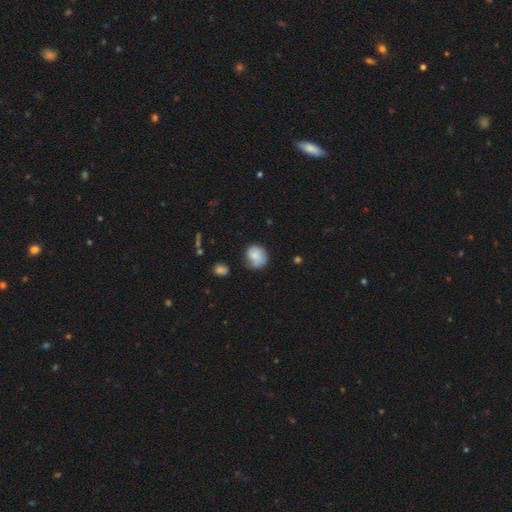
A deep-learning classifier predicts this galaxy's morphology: Smooth or featured: smooth — 74% (featured or disk — 17%)
How rounded: round — 72% (in between — 27%)
Merging: none — 55% (minor disturbance — 31%)